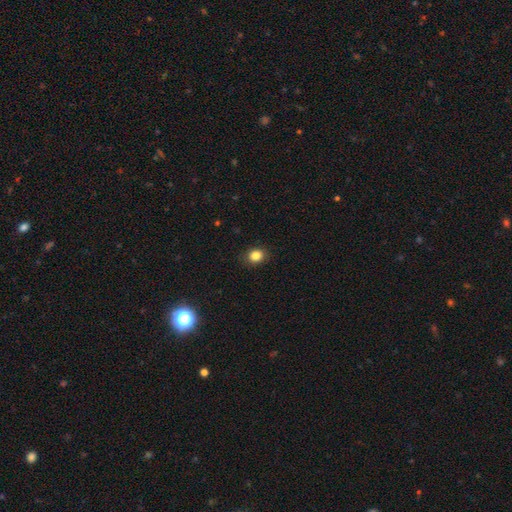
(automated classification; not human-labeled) This is clearly a smooth galaxy (84%). How rounded: likely round (64%). Merging: clearly none (88%).